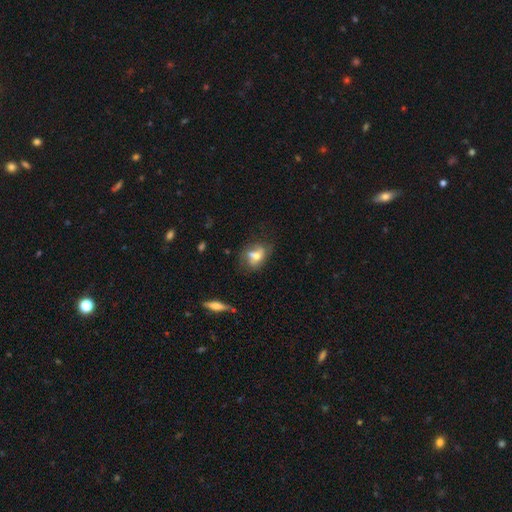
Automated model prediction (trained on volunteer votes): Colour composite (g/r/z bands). It shows a smooth galaxy with no disk features (56%) that is in between round and cigar-shaped (67%). Merging: none (44%).